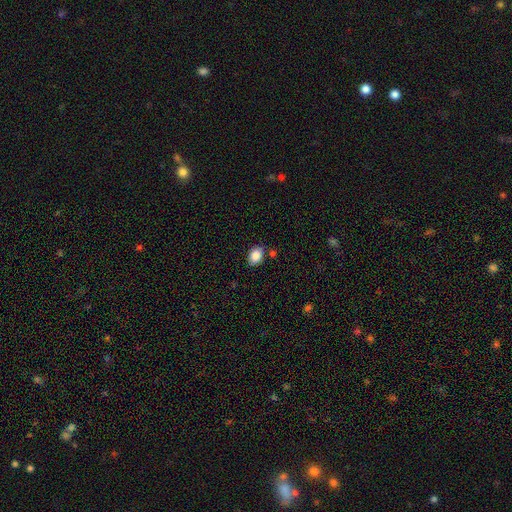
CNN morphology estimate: Smooth or featured? smooth (87%)
How rounded? in between (71%)
Merging? none (80%)